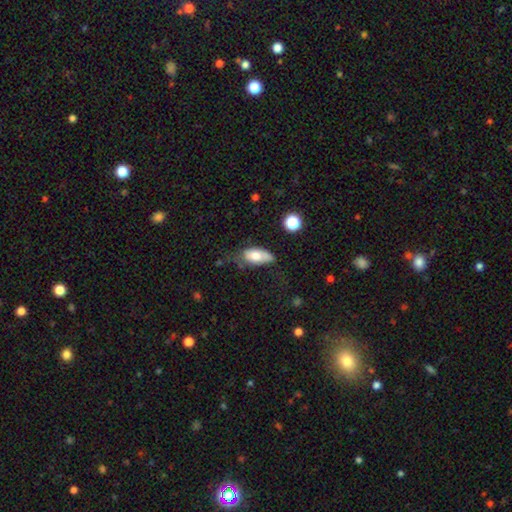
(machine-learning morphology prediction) smooth-or-featured: smooth: 71% | featured or disk: 21% | star or artifact: 8%
  how-rounded: in between: 88% | cigar-shaped: 8% | round: 4%
  merging: none: 44% | minor disturbance: 35% | major disturbance: 16% | merger: 5%